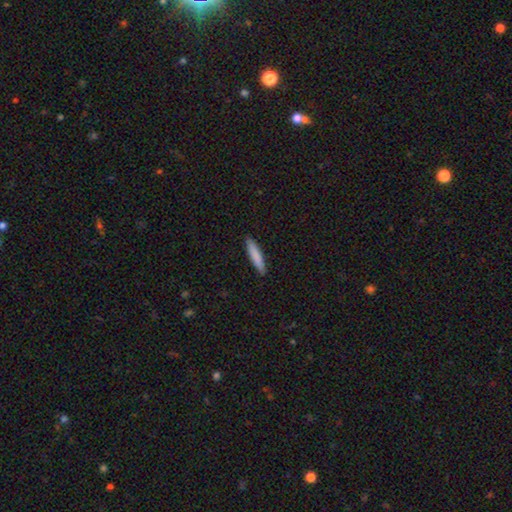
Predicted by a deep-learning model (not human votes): smooth_or_featured: smooth (p=0.84) [alt: featured or disk p=0.11]
how_rounded: cigar-shaped (p=0.88) [alt: in between p=0.11]
merging: none (p=0.91) [alt: minor disturbance p=0.07]